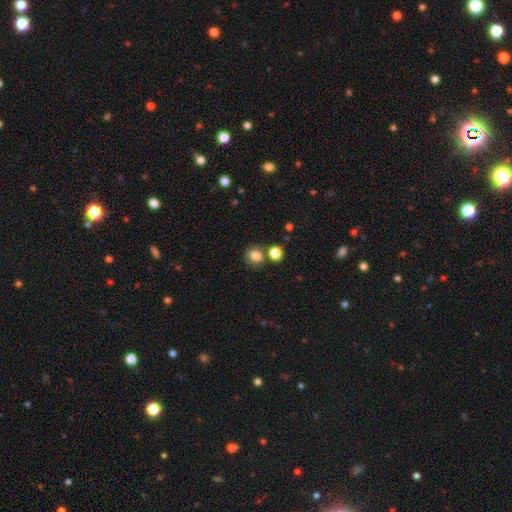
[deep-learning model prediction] Smooth or featured?
  - smooth: 82% *
  - star or artifact: 12%
  - featured or disk: 6%
How rounded?
  - round: 73% *
  - in between: 26%
  - cigar-shaped: 1%
Merging?
  - none: 70% *
  - merger: 15%
  - minor disturbance: 11%
  - major disturbance: 4%